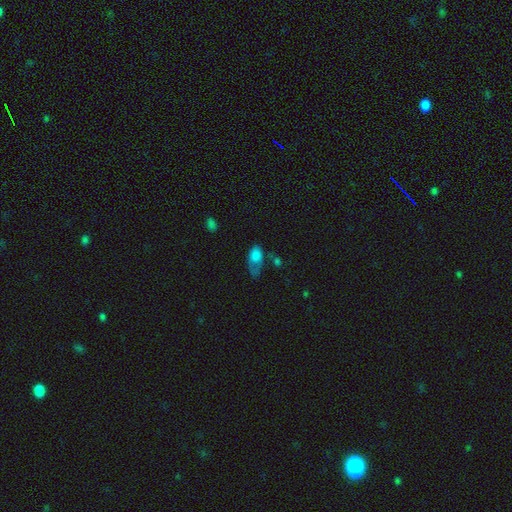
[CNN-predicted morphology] smooth_or_featured: smooth (p=0.69) [alt: featured or disk p=0.21]
how_rounded: in between (p=0.89) [alt: round p=0.08]
merging: major disturbance (p=0.37) [alt: minor disturbance p=0.28]